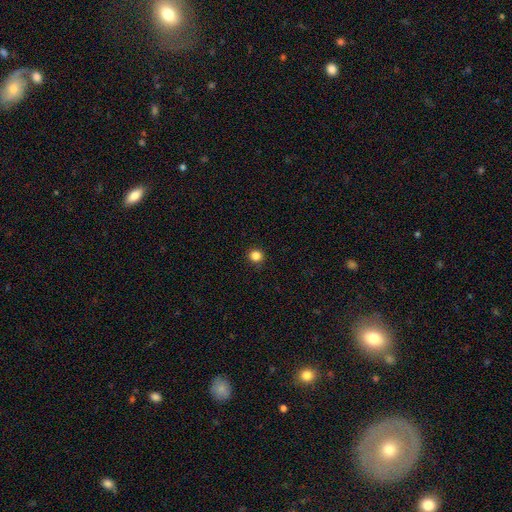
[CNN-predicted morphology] Smooth or featured? smooth (84%)
How rounded? round (93%)
Merging? none (91%)